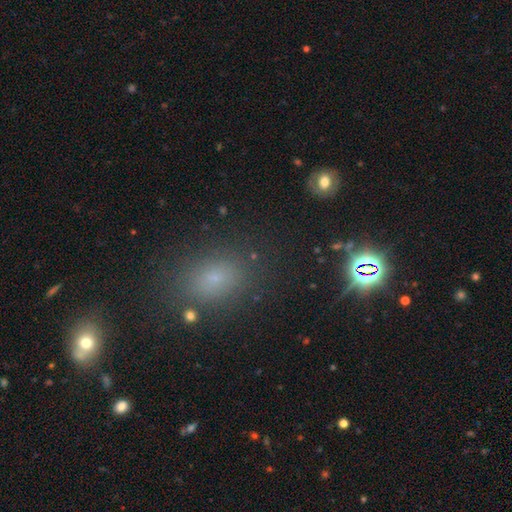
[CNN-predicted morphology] Smooth or featured? smooth (55%)
How rounded? in between (58%)
Merging? none (84%)